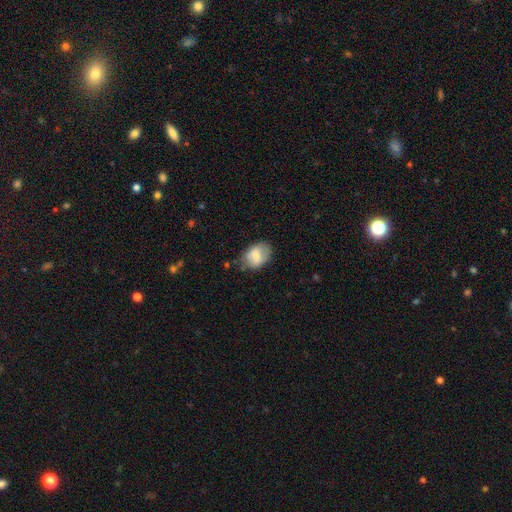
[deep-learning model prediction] Morphology: type=smooth (66%); roundness=in between (81%); merging=none (66%).